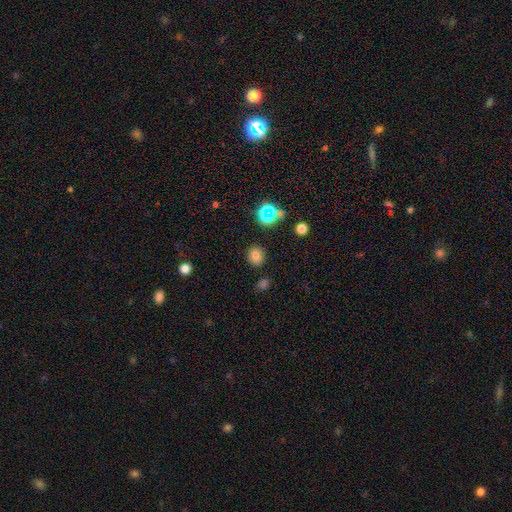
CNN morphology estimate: Overall: smooth (75%). How rounded: round (81%). Merging: none (86%).